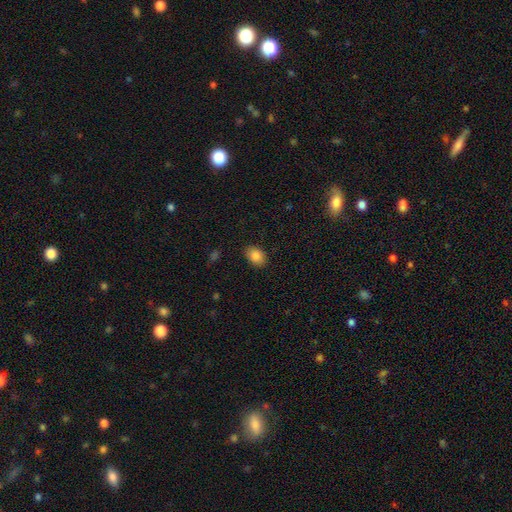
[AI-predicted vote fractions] Morphology: type=smooth (86%); roundness=in between (76%); merging=none (88%).